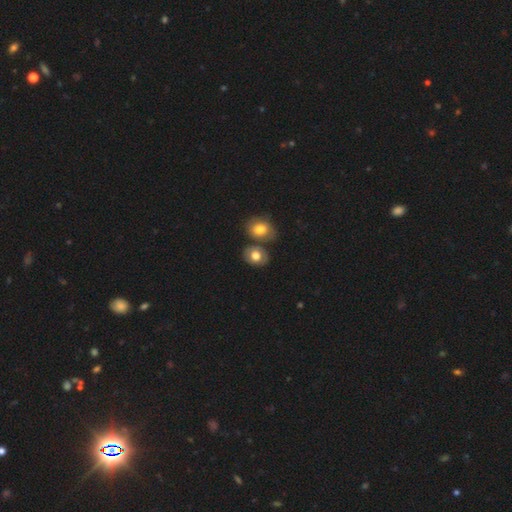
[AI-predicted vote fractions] smooth-or-featured: smooth: 66% | featured or disk: 27% | star or artifact: 8%
  how-rounded: in between: 54% | round: 45% | cigar-shaped: 1%
  merging: none: 59% | merger: 23% | minor disturbance: 13% | major disturbance: 4%